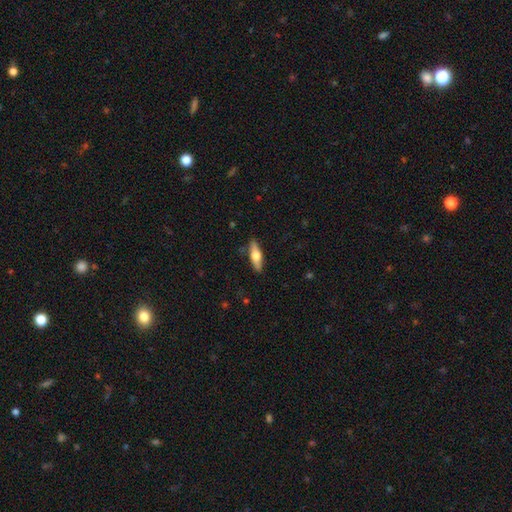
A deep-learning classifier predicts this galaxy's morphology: Overall: smooth (54%; featured or disk 41%). How rounded: cigar-shaped (53%; in between 45%). Merging: none (86%).